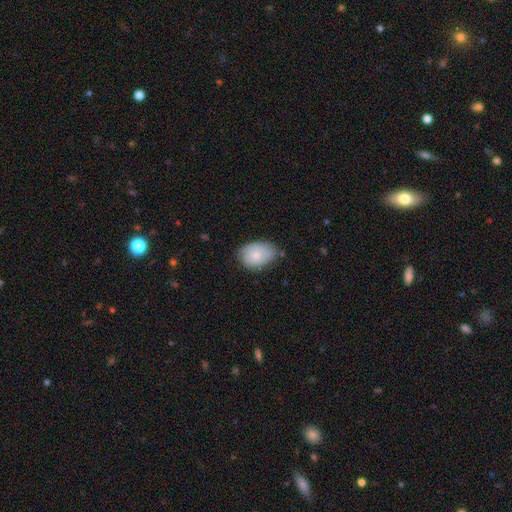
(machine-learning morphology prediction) Smooth or featured?
  - smooth: 68% *
  - featured or disk: 25%
  - star or artifact: 7%
How rounded?
  - in between: 82% *
  - round: 17%
  - cigar-shaped: 1%
Merging?
  - none: 65% *
  - minor disturbance: 28%
  - major disturbance: 5%
  - merger: 2%